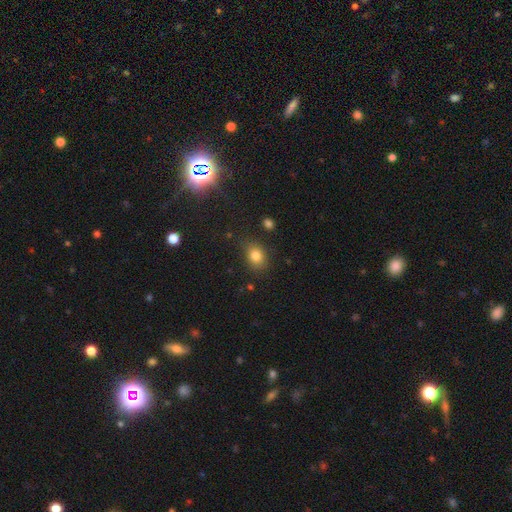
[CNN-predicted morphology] Overall: smooth (81%). How rounded: in between (54%; round 45%). Merging: none (76%).